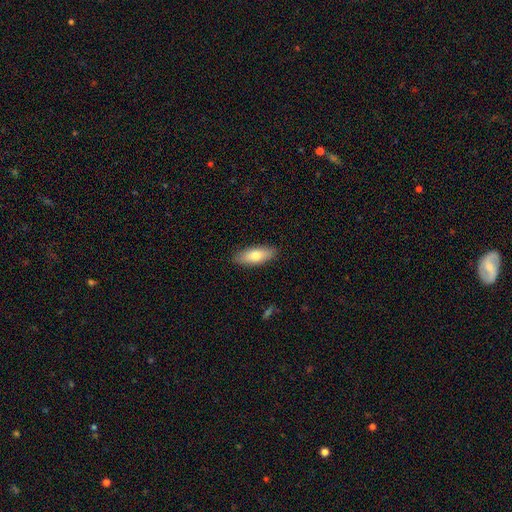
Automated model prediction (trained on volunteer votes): Smooth or featured: smooth — 73% (featured or disk — 21%)
How rounded: in between — 70% (cigar-shaped — 27%)
Merging: none — 89% (minor disturbance — 9%)